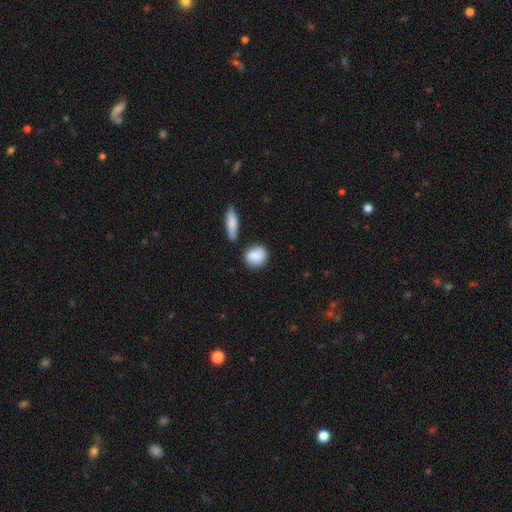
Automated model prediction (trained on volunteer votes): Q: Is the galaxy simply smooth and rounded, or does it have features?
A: smooth — 85%.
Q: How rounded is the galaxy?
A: round — 66%.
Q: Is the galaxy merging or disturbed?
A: none — 69%.